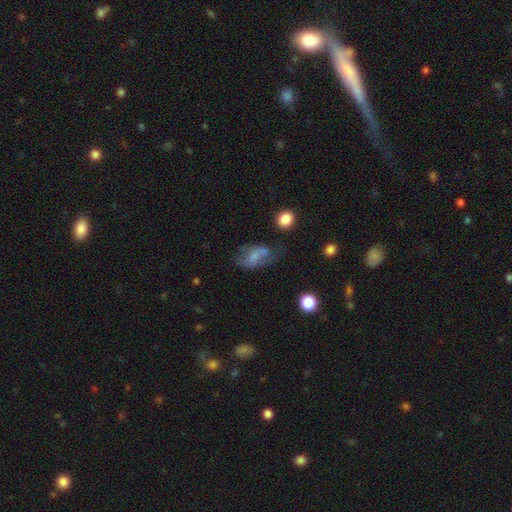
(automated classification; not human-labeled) A smooth galaxy with no disk features (51%) that is in between round and cigar-shaped (86%).

Vote fractions:
- Smooth or featured? smooth: 51% / featured or disk: 37% / star or artifact: 12%
- How rounded? in between: 86% / round: 10% / cigar-shaped: 4%
- Merging? none: 39% / minor disturbance: 26% / major disturbance: 24% / merger: 10%